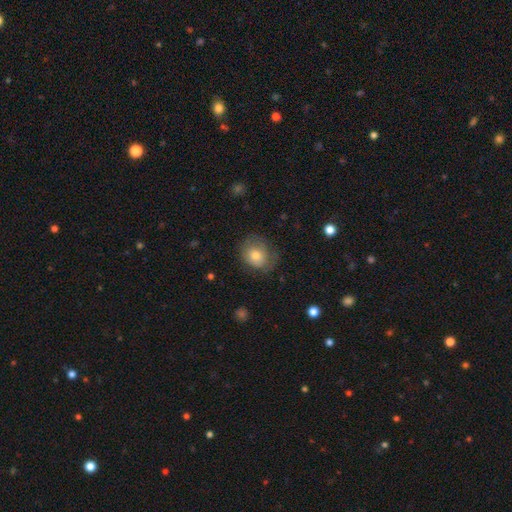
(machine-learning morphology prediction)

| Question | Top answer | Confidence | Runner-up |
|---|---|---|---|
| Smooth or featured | smooth | 69% | featured or disk (22%) |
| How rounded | round | 61% | in between (38%) |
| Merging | none | 61% | minor disturbance (25%) |